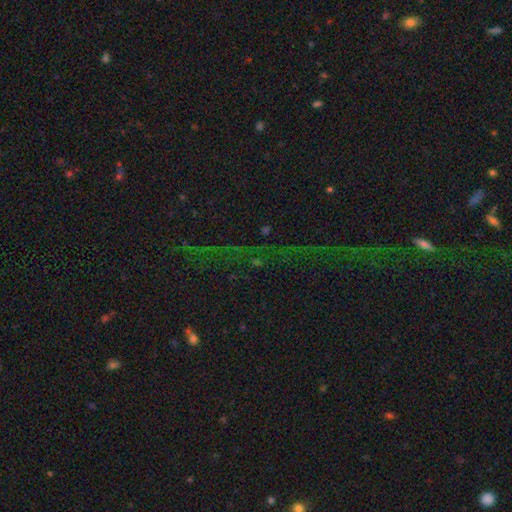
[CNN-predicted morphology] Smooth or featured? star or artifact (78%)